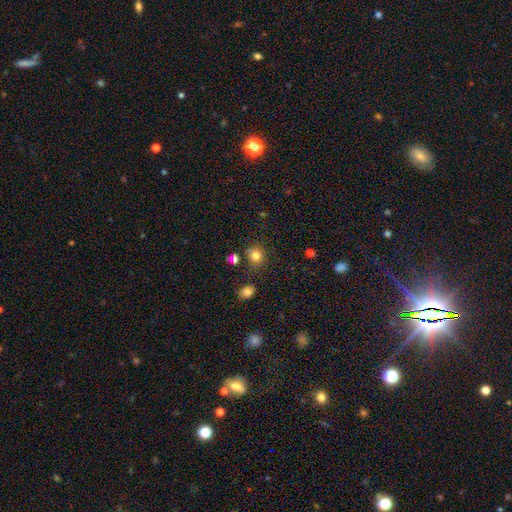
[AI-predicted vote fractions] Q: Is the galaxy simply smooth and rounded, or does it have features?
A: smooth — 81%.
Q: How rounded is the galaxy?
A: round — 80%.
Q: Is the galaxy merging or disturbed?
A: none — 76%.